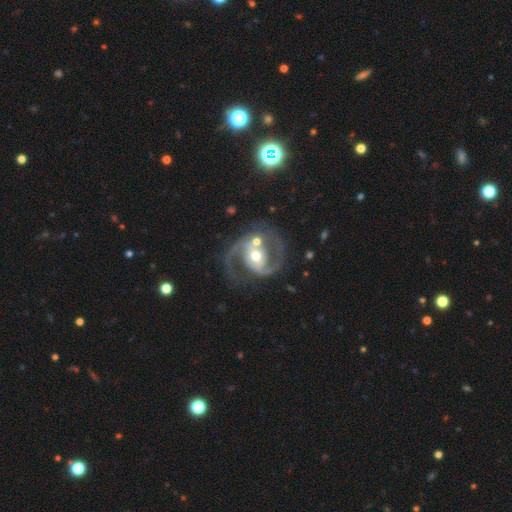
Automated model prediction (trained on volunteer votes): The model was most divided on "bar": no: 41%, weak: 35%, strong: 23%. More confident: edge-on disk — no (98%); spiral arms — yes (95%); spiral arm count — 2 (89%); smooth or featured — featured or disk (88%); bulge size — moderate (72%); merging — none (59%); spiral winding — medium (58%).